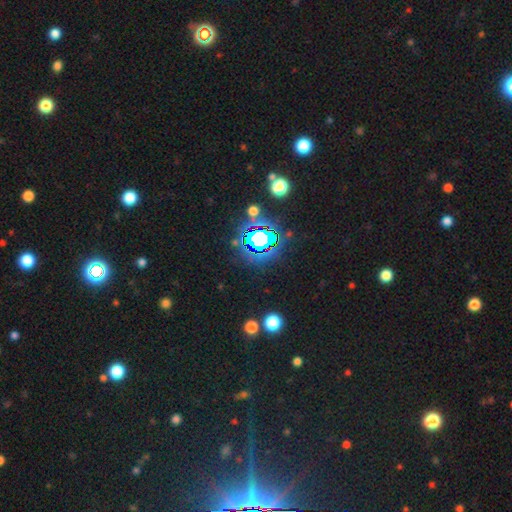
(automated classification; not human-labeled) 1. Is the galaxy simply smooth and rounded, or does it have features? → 82% star or artifact, 11% smooth, 7% featured or disk.